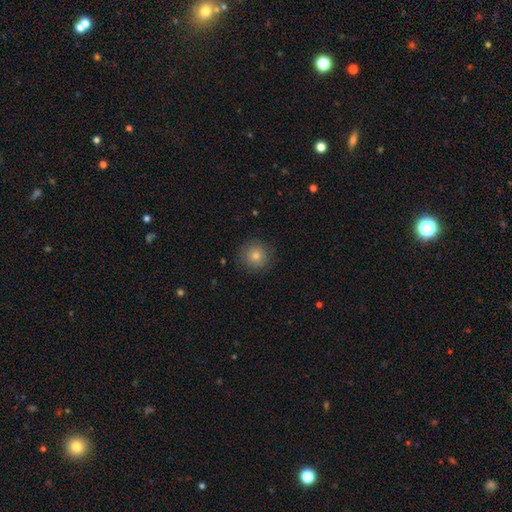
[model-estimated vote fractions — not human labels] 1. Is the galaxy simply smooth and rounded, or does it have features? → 68% smooth, 17% featured or disk, 15% star or artifact.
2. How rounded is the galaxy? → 95% round, 4% in between, 1% cigar-shaped.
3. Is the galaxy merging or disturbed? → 86% none, 10% minor disturbance, 3% major disturbance, 1% merger.